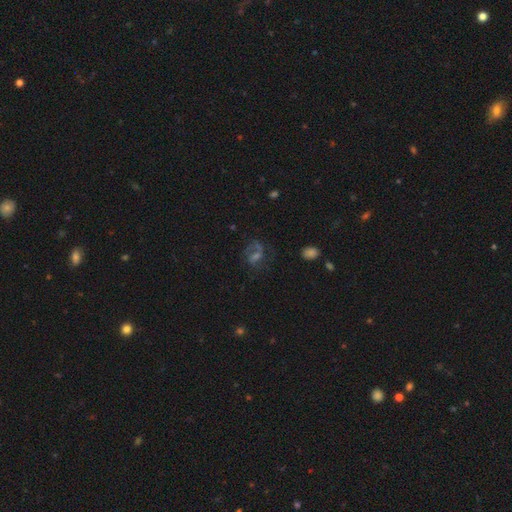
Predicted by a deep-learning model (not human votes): This is possibly a featured or disk galaxy (48%). Merging: possibly none (56%).